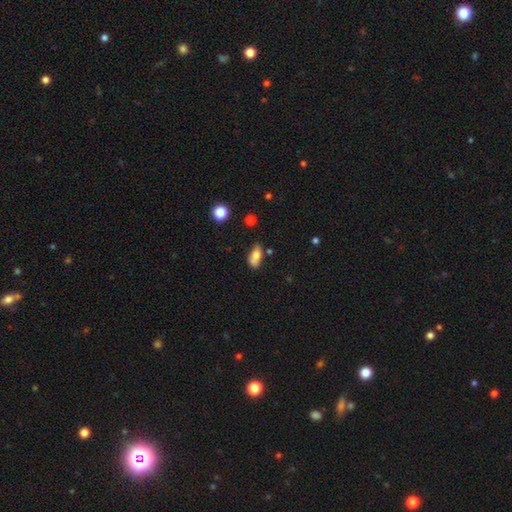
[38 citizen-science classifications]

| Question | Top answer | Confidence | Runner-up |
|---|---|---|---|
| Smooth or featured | smooth | 74% | featured or disk (16%) |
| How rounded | in between | 89% | round (11%) |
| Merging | merger | 41% | minor disturbance (32%) |